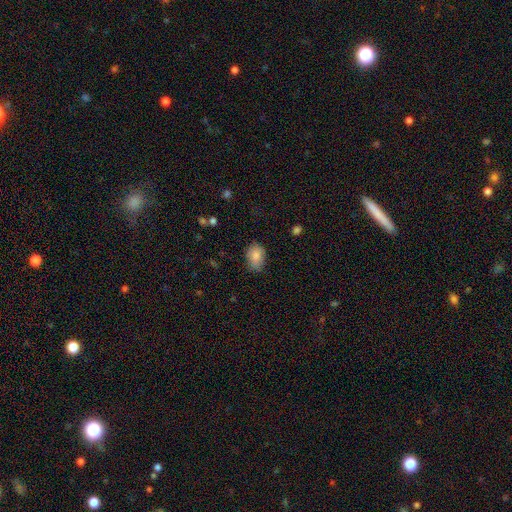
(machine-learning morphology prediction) smooth_or_featured: smooth (p=0.84) [alt: featured or disk p=0.08]
how_rounded: in between (p=0.77) [alt: round p=0.22]
merging: none (p=0.73) [alt: minor disturbance p=0.21]